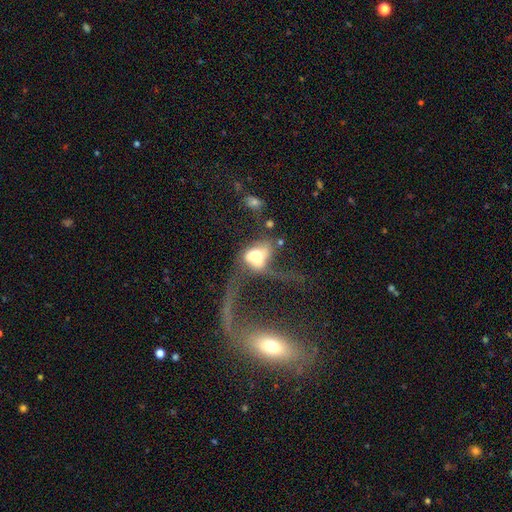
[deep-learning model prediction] Overall: smooth (48%; featured or disk 42%). Merging: major disturbance (50%; merger 29%).